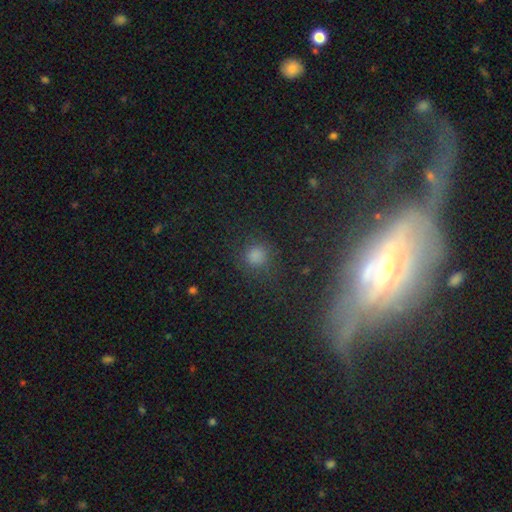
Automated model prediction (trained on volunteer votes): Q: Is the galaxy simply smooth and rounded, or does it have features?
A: smooth — 66%.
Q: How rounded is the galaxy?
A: round — 89%.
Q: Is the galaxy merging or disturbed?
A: none — 83%.